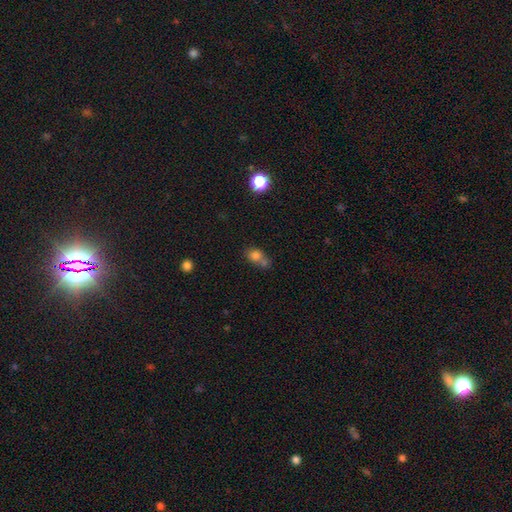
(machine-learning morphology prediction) Q: Smooth or featured?
A: smooth (75%); runner-up: star or artifact (14%)
Q: How rounded?
A: round (49%); runner-up: in between (48%)
Q: Merging?
A: merger (40%); runner-up: none (38%)